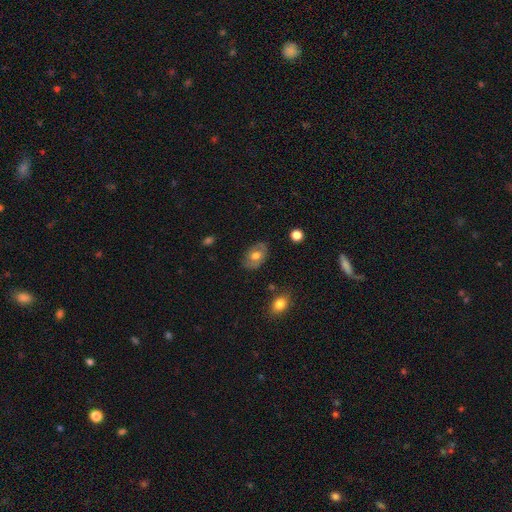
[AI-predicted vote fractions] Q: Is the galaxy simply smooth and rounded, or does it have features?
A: smooth — 59%.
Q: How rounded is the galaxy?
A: in between — 81%.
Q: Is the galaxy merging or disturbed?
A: none — 79%.